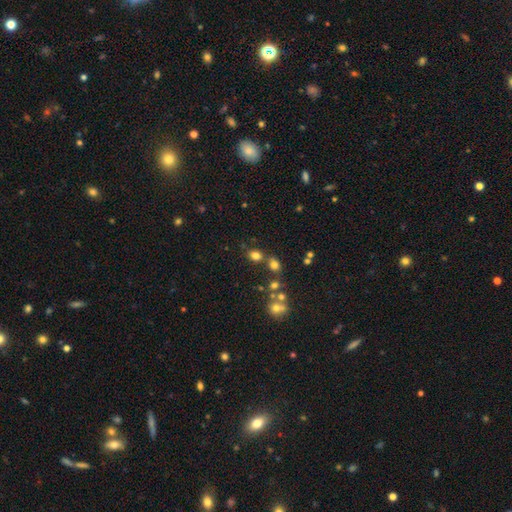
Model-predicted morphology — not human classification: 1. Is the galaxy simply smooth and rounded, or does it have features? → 77% smooth, 16% star or artifact, 8% featured or disk.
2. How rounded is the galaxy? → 58% in between, 41% round, 1% cigar-shaped.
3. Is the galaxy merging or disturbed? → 63% none, 20% merger, 12% minor disturbance, 5% major disturbance.